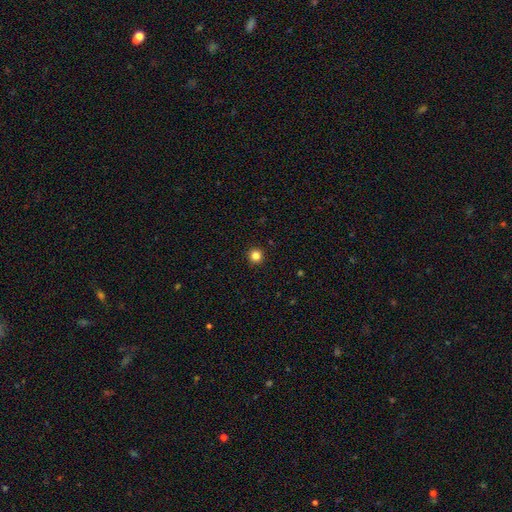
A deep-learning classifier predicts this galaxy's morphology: The model was most divided on "smooth or featured": smooth: 83%, star or artifact: 12%, featured or disk: 4%. More confident: how rounded — round (96%); merging — none (93%).